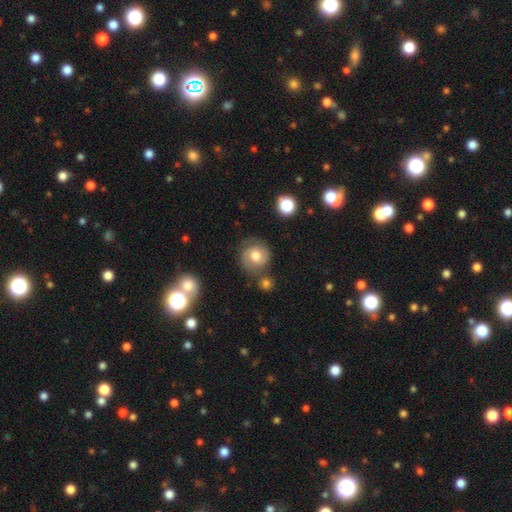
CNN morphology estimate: This appears to be a featured or disk galaxy (56%) with no bar (69%), spiral arms (84%) and a moderate central bulge (66%). Merging: none (70%).